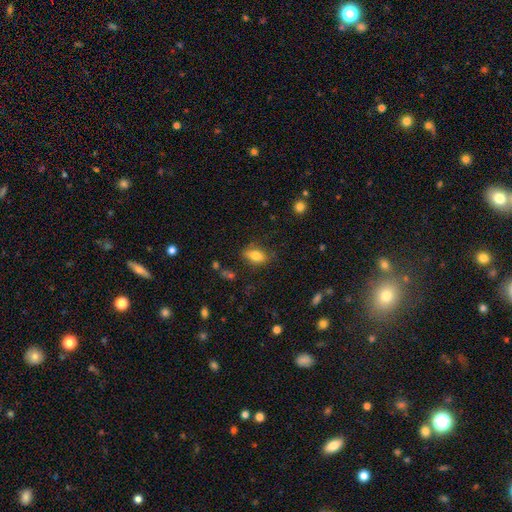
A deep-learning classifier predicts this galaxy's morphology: Smooth or featured? Predicted: smooth (p=0.75). How rounded? Predicted: in between (p=0.83). Merging? Predicted: none (p=0.77).